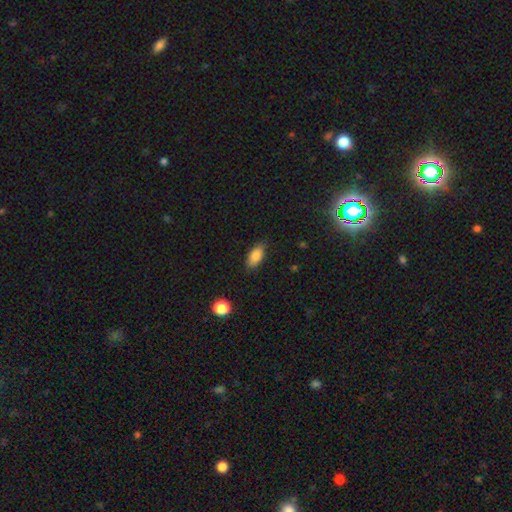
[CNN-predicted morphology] Smooth or featured: smooth — 84% (star or artifact — 8%)
How rounded: in between — 90% (cigar-shaped — 7%)
Merging: none — 82% (minor disturbance — 14%)